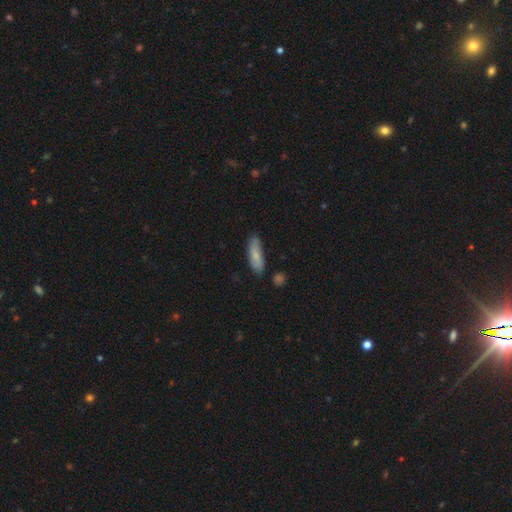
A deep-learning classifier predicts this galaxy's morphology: A smooth galaxy with no disk features (75%) that is in between round and cigar-shaped (57%).

Vote fractions:
- Smooth or featured? smooth: 75% / featured or disk: 19% / star or artifact: 6%
- How rounded? in between: 57% / cigar-shaped: 41% / round: 2%
- Merging? none: 75% / minor disturbance: 19% / major disturbance: 3% / merger: 3%